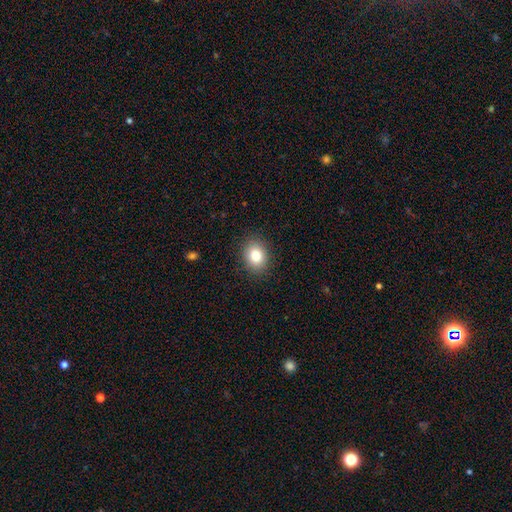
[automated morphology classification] Smooth or featured? Predicted: smooth (p=0.83). How rounded? Predicted: in between (p=0.58). Merging? Predicted: none (p=0.88).